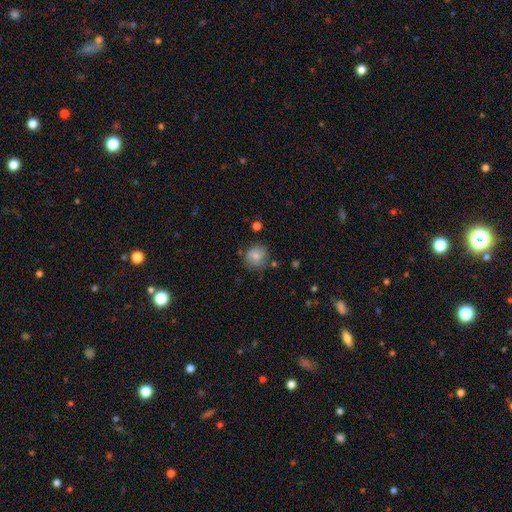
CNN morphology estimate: Smooth or featured?
  - smooth: 78% *
  - featured or disk: 13%
  - star or artifact: 9%
How rounded?
  - round: 82% *
  - in between: 17%
  - cigar-shaped: 1%
Merging?
  - none: 72% *
  - minor disturbance: 19%
  - major disturbance: 5%
  - merger: 4%